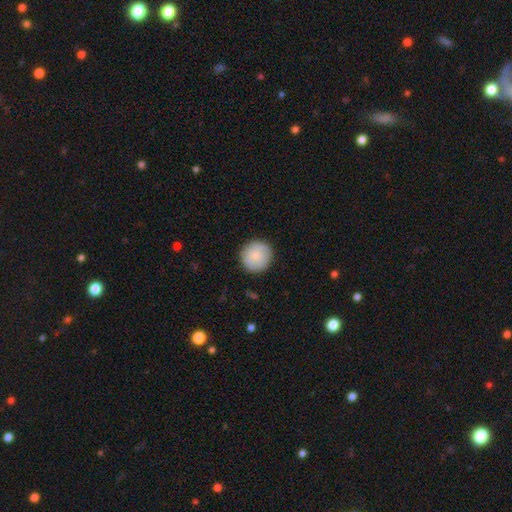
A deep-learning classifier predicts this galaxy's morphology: smooth_or_featured: smooth (p=0.81) [alt: featured or disk p=0.13]
how_rounded: round (p=0.95) [alt: in between p=0.04]
merging: none (p=0.89) [alt: minor disturbance p=0.08]